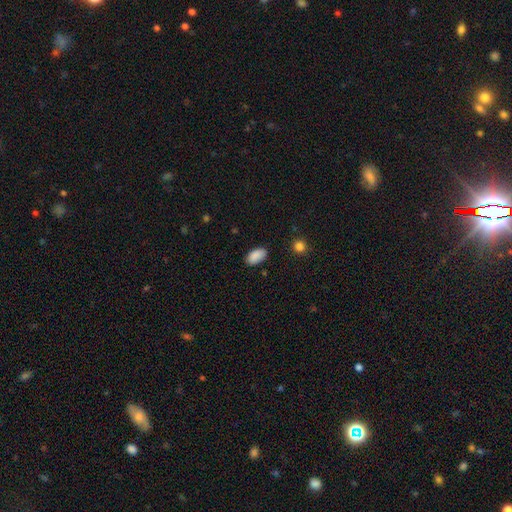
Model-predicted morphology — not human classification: Q: Smooth or featured?
A: smooth (89%); runner-up: star or artifact (7%)
Q: How rounded?
A: in between (94%); runner-up: round (3%)
Q: Merging?
A: none (85%); runner-up: minor disturbance (11%)